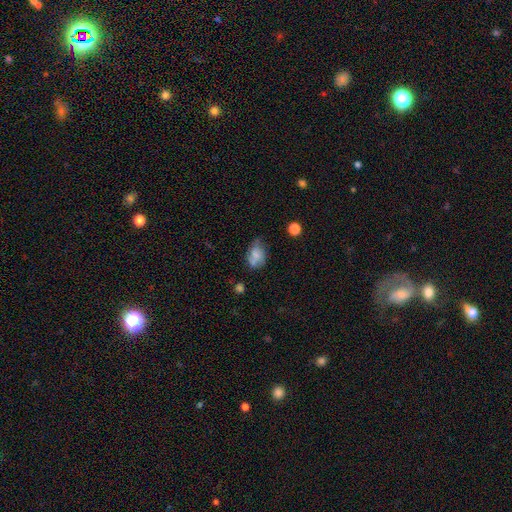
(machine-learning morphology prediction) A smooth galaxy with no disk features (65%) that is in between round and cigar-shaped (79%). Merging: none (41%).